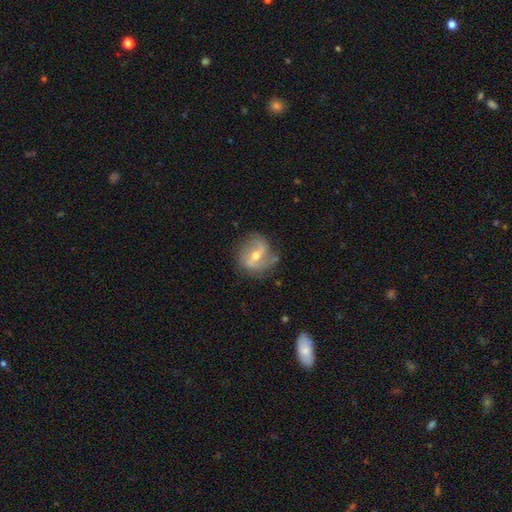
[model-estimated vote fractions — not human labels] smooth-or-featured: featured or disk: 79% | smooth: 14% | star or artifact: 7%
  disk-edge-on: no: 96% | yes: 4%
    bar: weak: 45% | strong: 36% | no: 19%
    has-spiral-arms: yes: 90% | no: 10%
      spiral-winding: loose: 41% | medium: 40% | tight: 18%
      spiral-arm-count: 2: 76% | can't tell: 10% | 1: 6% | 3: 5% | 4: 2% | more than 4: 2%
    bulge-size: moderate: 60% | small: 36% | large: 2% | none: 1% | dominant: 1%
  merging: none: 68% | minor disturbance: 21% | major disturbance: 9% | merger: 2%